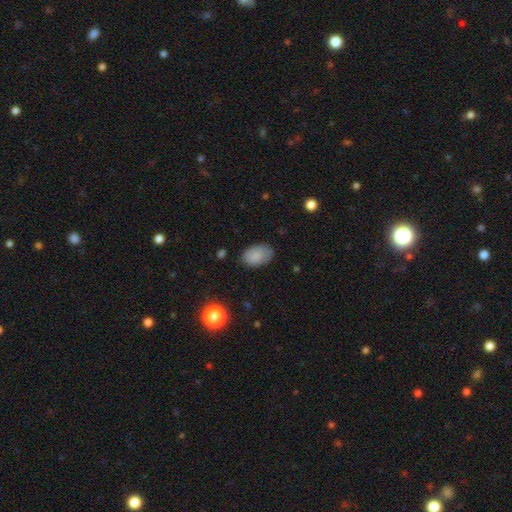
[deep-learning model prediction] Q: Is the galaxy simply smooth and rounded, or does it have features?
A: smooth — 85%.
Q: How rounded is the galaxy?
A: in between — 89%.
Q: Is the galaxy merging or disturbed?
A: none — 77%.